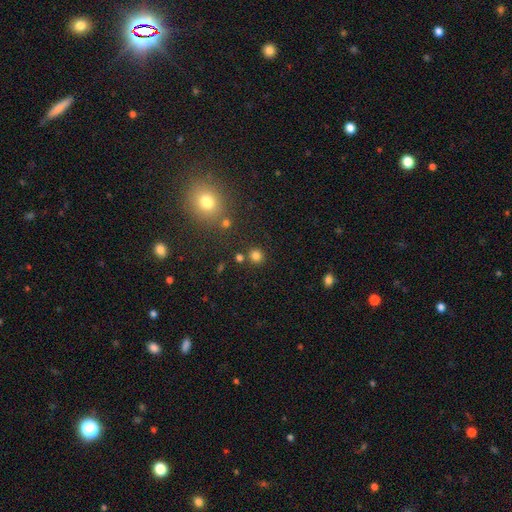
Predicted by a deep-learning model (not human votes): Smooth or featured? smooth (79%)
How rounded? round (89%)
Merging? none (82%)